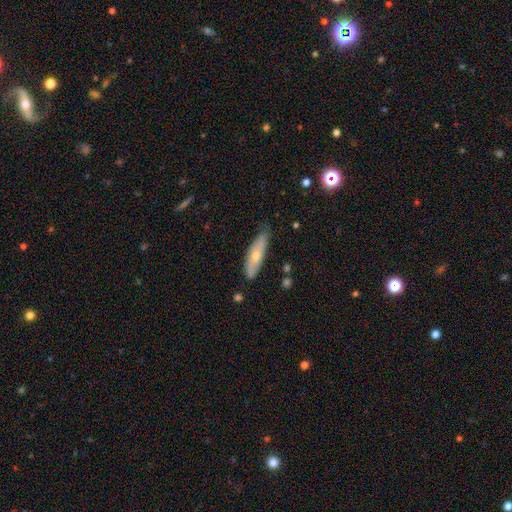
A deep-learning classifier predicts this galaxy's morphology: This appears to be a smooth galaxy with no disk features (62%) that is cigar-shaped (59%). Merging: none (70%).